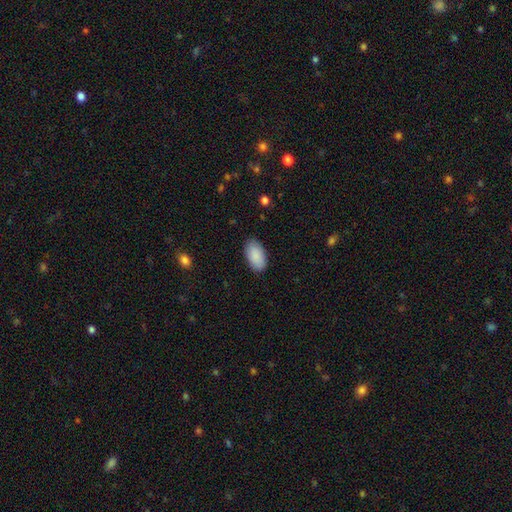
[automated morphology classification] The model was most divided on "merging": none: 87%, minor disturbance: 10%, major disturbance: 2%, merger: 1%. More confident: how rounded — in between (96%); smooth or featured — smooth (90%).